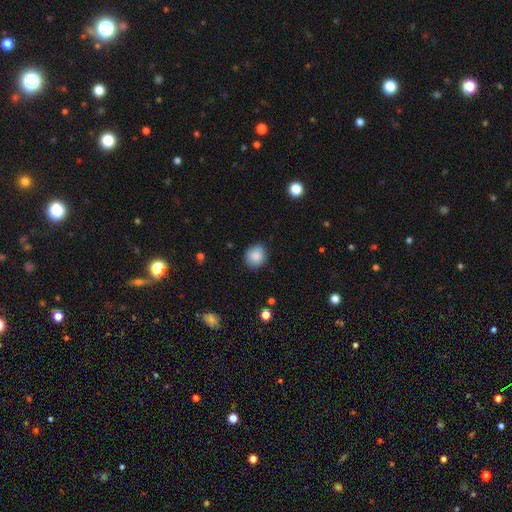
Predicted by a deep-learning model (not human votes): Smooth or featured: smooth — 88% (star or artifact — 8%)
How rounded: round — 80% (in between — 19%)
Merging: none — 84% (minor disturbance — 13%)